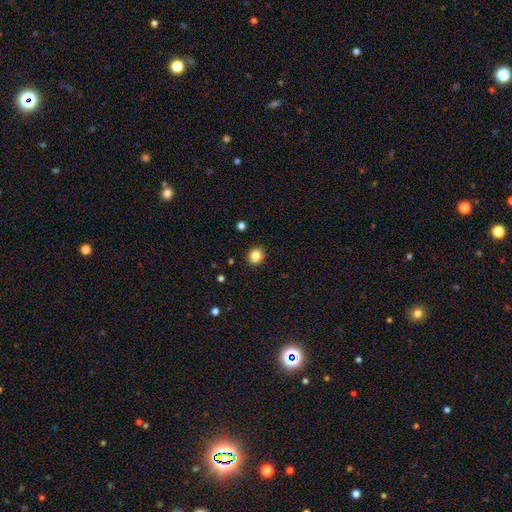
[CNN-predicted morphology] smooth 84%, star or artifact 11%, featured or disk 5%. Down the decision tree: how rounded — round (80%); merging — none (91%).